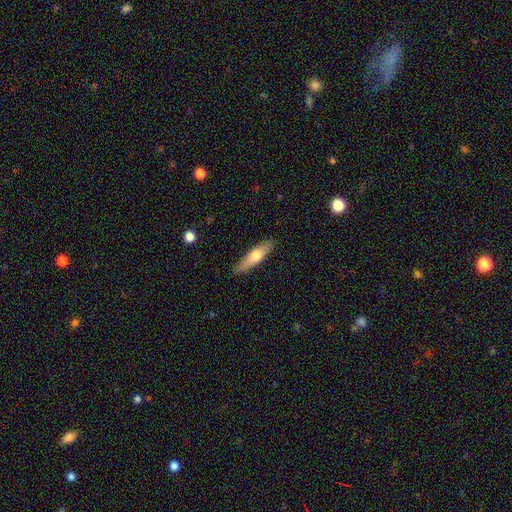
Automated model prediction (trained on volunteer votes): Overall: smooth (60%; featured or disk 35%). How rounded: cigar-shaped (73%). Merging: none (87%).